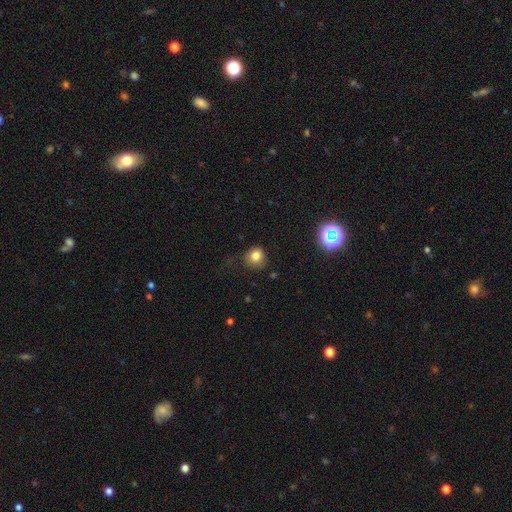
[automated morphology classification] A smooth galaxy with no disk features (78%) that is round (84%).

Vote fractions:
- Smooth or featured? smooth: 78% / star or artifact: 14% / featured or disk: 8%
- How rounded? round: 84% / in between: 15% / cigar-shaped: 1%
- Merging? none: 61% / minor disturbance: 25% / major disturbance: 12% / merger: 2%